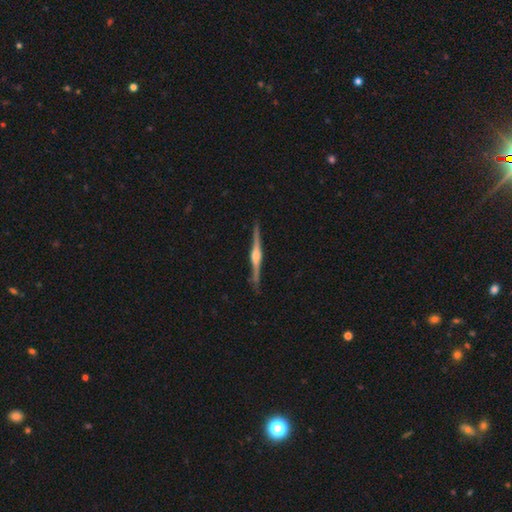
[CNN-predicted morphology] Smooth or featured? featured or disk (85%)
Edge-on disk? yes (99%)
Edge-on bulge? rounded (84%)
Merging? none (90%)